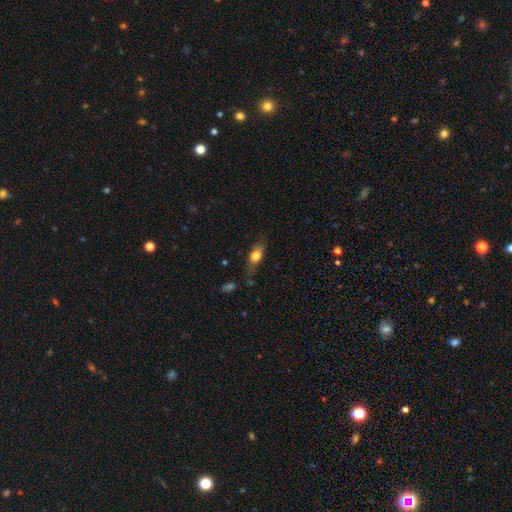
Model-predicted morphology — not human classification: type=smooth (71%); roundness=in between (71%); merging=none (67%).